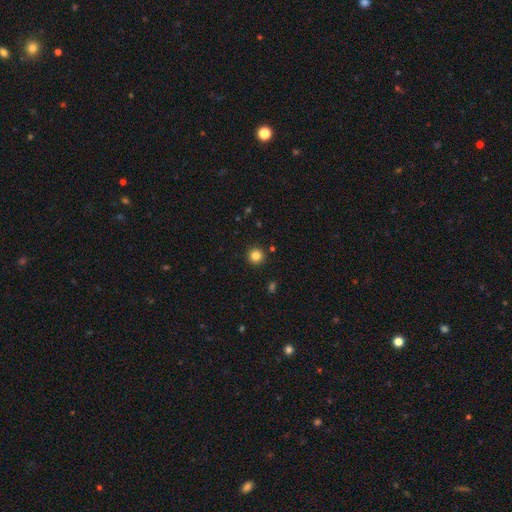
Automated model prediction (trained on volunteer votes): smooth-or-featured: smooth: 84% | star or artifact: 11% | featured or disk: 4%
  how-rounded: round: 95% | in between: 4% | cigar-shaped: 1%
  merging: none: 92% | minor disturbance: 5% | major disturbance: 2% | merger: 2%